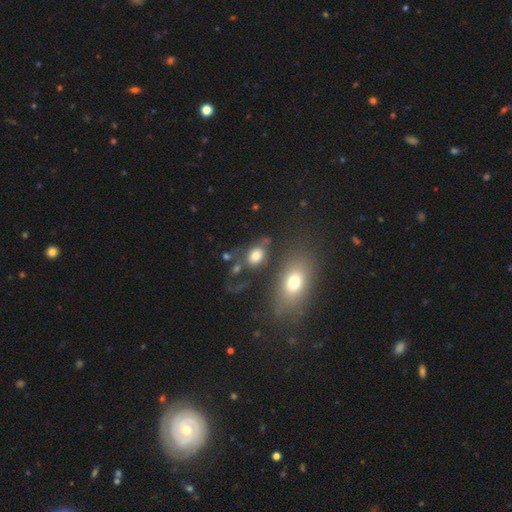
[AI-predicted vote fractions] Smooth or featured: smooth — 75% (featured or disk — 14%)
How rounded: in between — 79% (round — 19%)
Merging: none — 51% (merger — 19%)